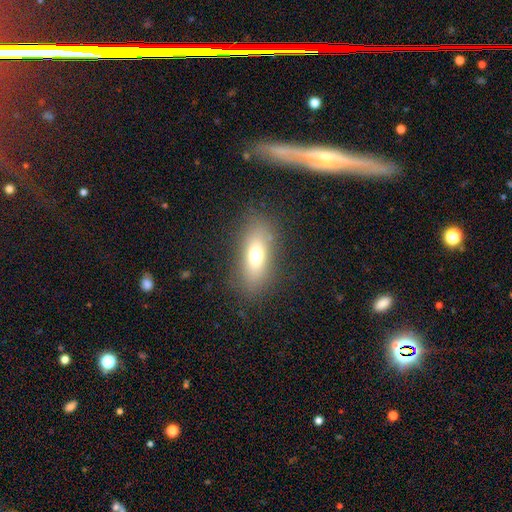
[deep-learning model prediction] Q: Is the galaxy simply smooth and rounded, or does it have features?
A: smooth — 68%.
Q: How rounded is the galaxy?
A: in between — 74%.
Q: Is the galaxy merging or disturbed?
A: none — 83%.